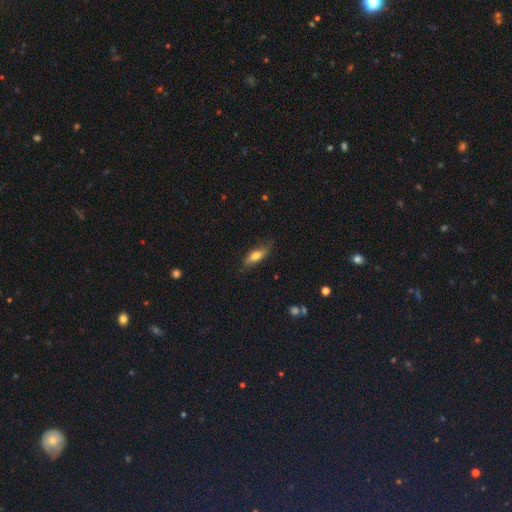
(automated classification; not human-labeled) This is likely a smooth galaxy (65%). How rounded: possibly in between (59%). Merging: likely none (70%).